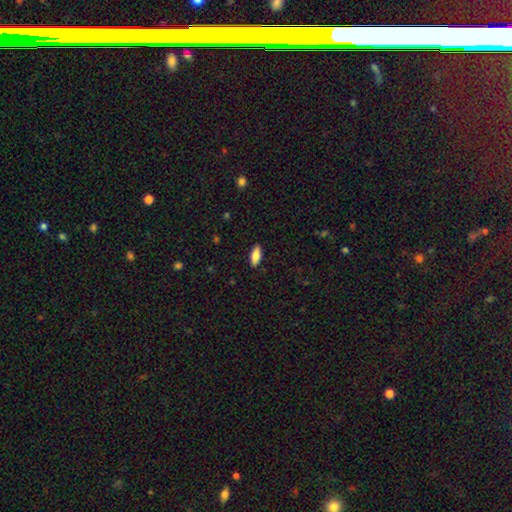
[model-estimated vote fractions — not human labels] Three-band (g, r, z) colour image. It shows a smooth galaxy with no disk features (84%) that is in between round and cigar-shaped (78%). Merging: none (89%).